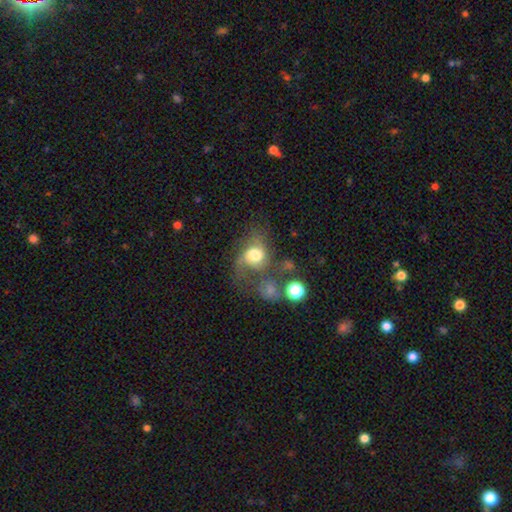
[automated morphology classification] The model was most divided on "merging": major disturbance: 34%, none: 27%, merger: 22%, minor disturbance: 17%. Remaining: smooth or featured — smooth (49%).